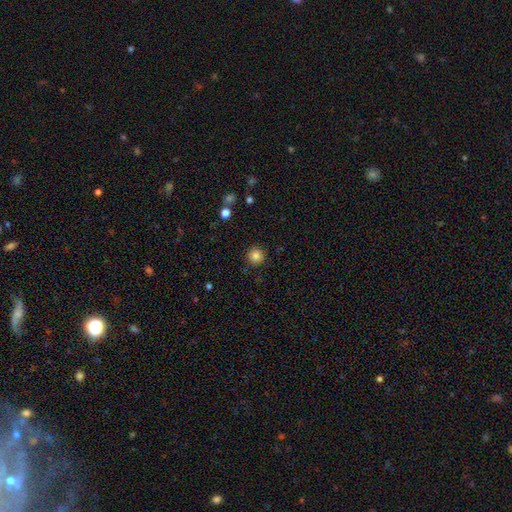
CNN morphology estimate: Smooth or featured? smooth (84%)
How rounded? round (95%)
Merging? none (90%)